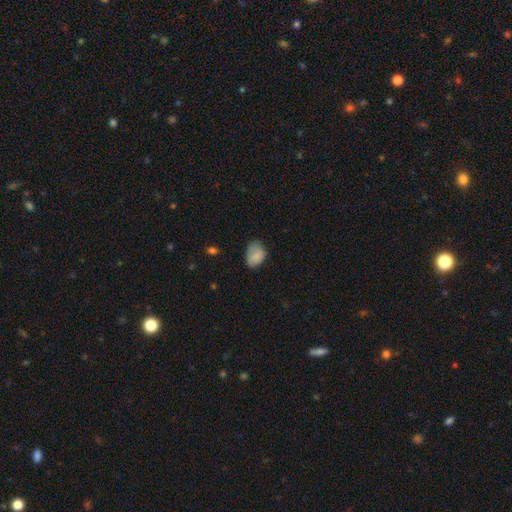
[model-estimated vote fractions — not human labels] This is clearly a smooth galaxy (82%). How rounded: likely in between (79%). Merging: possibly none (53%).